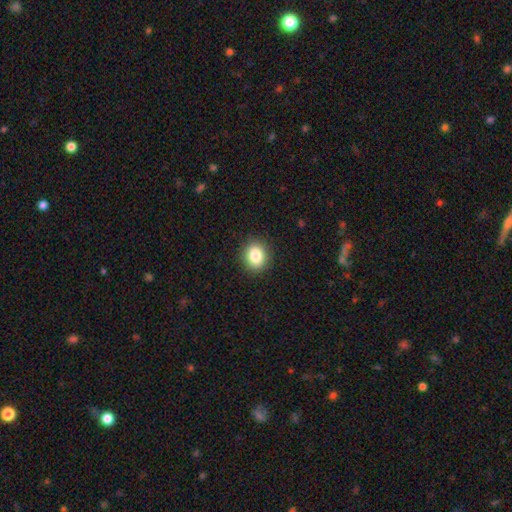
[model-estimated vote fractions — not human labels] smooth 84%, star or artifact 10%, featured or disk 6%. Down the decision tree: how rounded — round (72%); merging — none (91%).